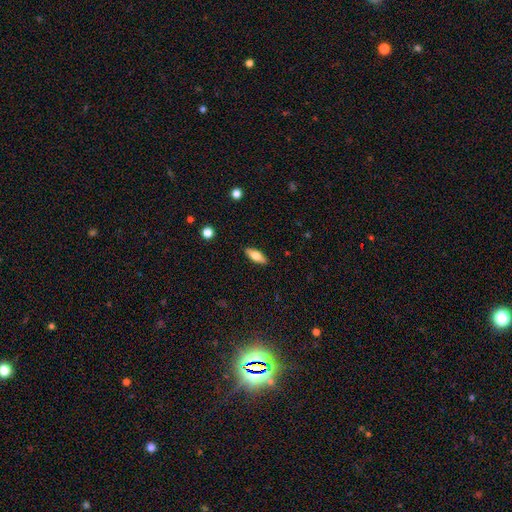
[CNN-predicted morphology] smooth-or-featured: smooth: 72% | featured or disk: 22% | star or artifact: 6%
  how-rounded: in between: 74% | cigar-shaped: 24% | round: 2%
  merging: none: 89% | minor disturbance: 8% | major disturbance: 2% | merger: 1%